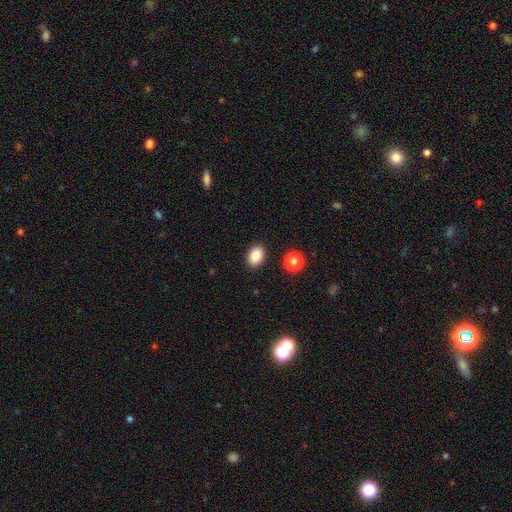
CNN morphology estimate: The model was most divided on "how rounded": in between: 78%, round: 20%, cigar-shaped: 1%. More confident: merging — none (88%); smooth or featured — smooth (87%).